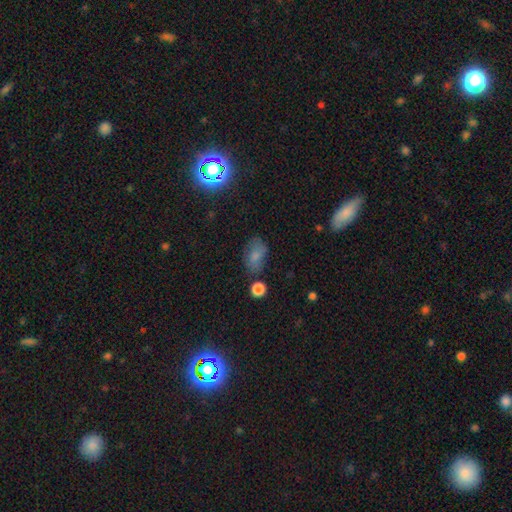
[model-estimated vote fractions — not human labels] The model was most divided on "merging": none: 62%, minor disturbance: 24%, major disturbance: 9%, merger: 5%. More confident: how rounded — in between (86%); smooth or featured — smooth (72%).